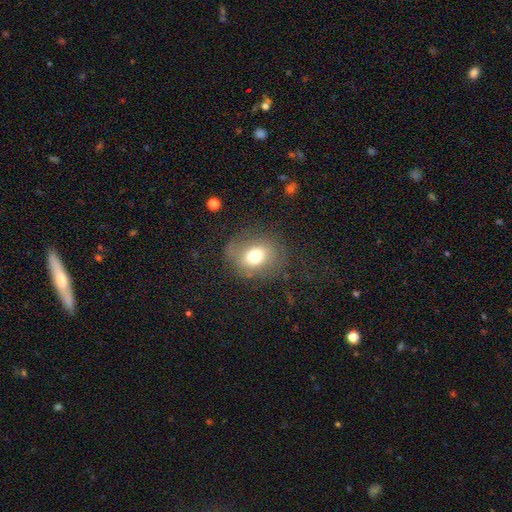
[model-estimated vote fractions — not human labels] smooth 70%, featured or disk 19%, star or artifact 11%. Down the decision tree: how rounded — round (57%); merging — none (67%).